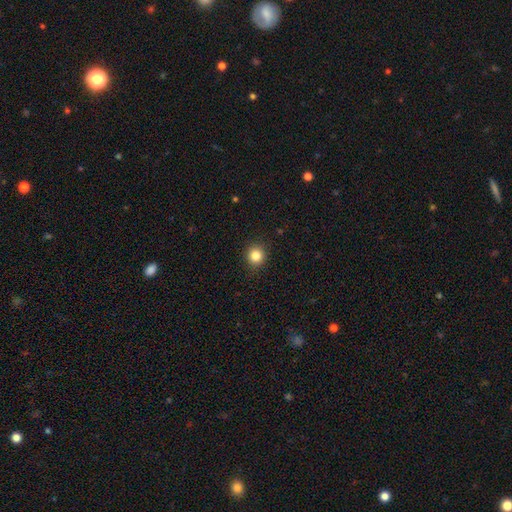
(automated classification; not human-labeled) A smooth galaxy with no disk features (84%) that is round (91%).

Vote fractions:
- Smooth or featured? smooth: 84% / star or artifact: 11% / featured or disk: 5%
- How rounded? round: 91% / in between: 8% / cigar-shaped: 1%
- Merging? none: 91% / minor disturbance: 6% / major disturbance: 2% / merger: 1%